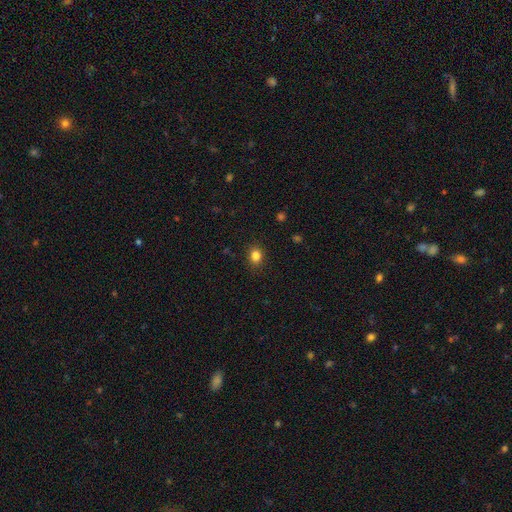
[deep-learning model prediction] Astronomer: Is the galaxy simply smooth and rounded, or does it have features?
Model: smooth — 84%.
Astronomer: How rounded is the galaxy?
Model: round — 55% (runner-up: in between, 44%).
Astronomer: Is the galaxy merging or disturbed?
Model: none — 88%.